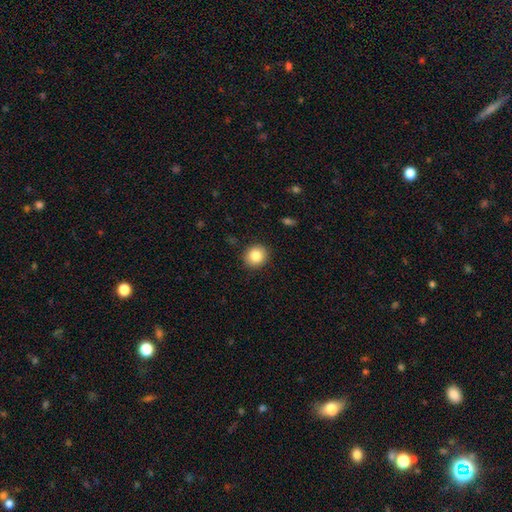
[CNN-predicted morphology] Smooth or featured?
  - smooth: 85% *
  - star or artifact: 9%
  - featured or disk: 6%
How rounded?
  - round: 82% *
  - in between: 17%
  - cigar-shaped: 1%
Merging?
  - none: 90% *
  - minor disturbance: 7%
  - major disturbance: 2%
  - merger: 1%